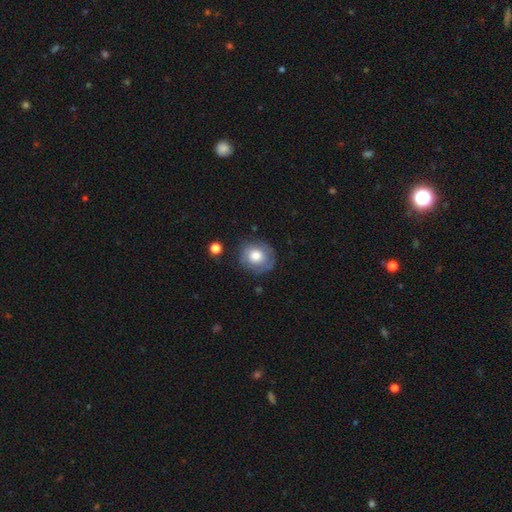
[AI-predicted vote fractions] This is likely a smooth galaxy (67%). How rounded: clearly round (83%). Merging: likely none (74%).